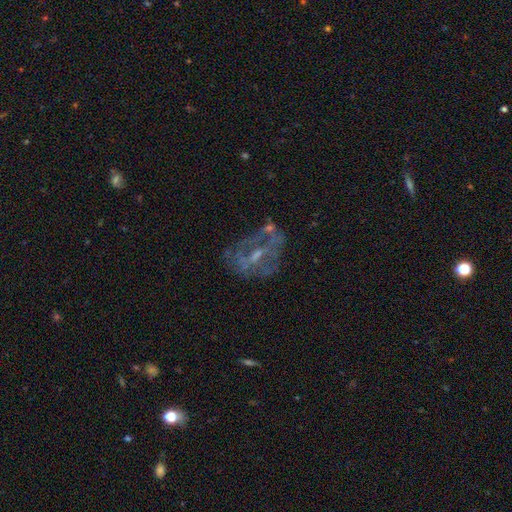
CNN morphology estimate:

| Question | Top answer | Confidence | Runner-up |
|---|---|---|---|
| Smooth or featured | featured or disk | 67% | smooth (18%) |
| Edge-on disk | no | 95% | yes (5%) |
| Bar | no | 45% | weak (38%) |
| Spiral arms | no | 67% | yes (33%) |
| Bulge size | small | 47% | moderate (30%) |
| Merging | none | 48% | major disturbance (24%) |